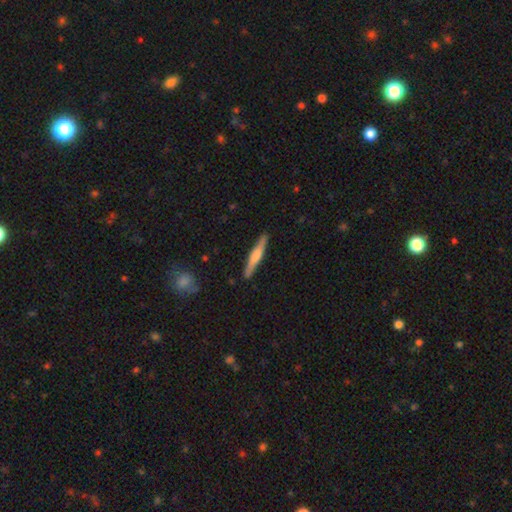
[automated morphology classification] Smooth or featured? featured or disk (58%)
Edge-on disk? yes (97%)
Edge-on bulge? rounded (72%)
Merging? none (90%)